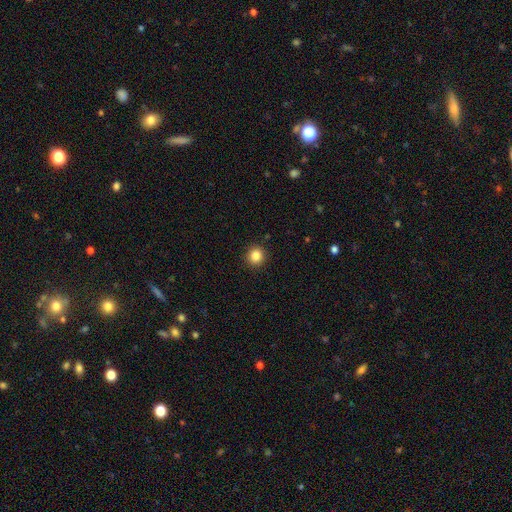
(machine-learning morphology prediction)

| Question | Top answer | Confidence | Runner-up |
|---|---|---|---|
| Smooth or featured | smooth | 85% | star or artifact (11%) |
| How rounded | round | 90% | in between (9%) |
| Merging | none | 92% | minor disturbance (6%) |